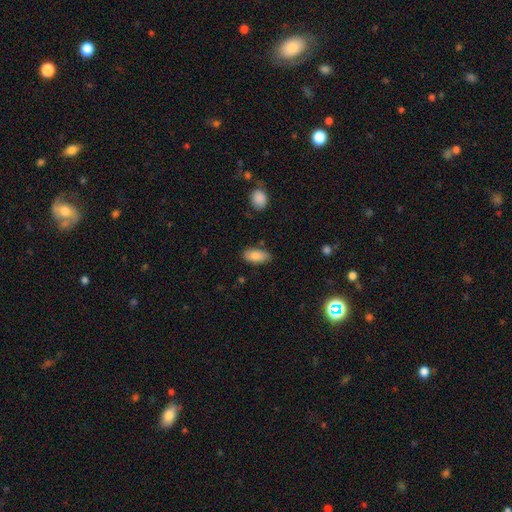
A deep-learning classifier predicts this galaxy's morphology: Smooth or featured? smooth (85%)
How rounded? in between (90%)
Merging? none (79%)